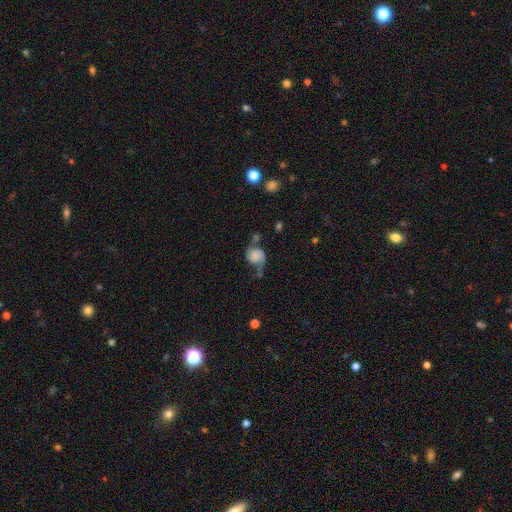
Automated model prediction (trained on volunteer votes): Overall: featured or disk (60%; smooth 31%). Edge-on disk: no (98%). Bar: no (73%). Spiral arms: yes (92%). Spiral arm count: 2 (64%; 1 30%). Spiral winding: loose (54%; medium 32%). Bulge size: none (41%; small 21%). Merging: none (41%; major disturbance 26%).